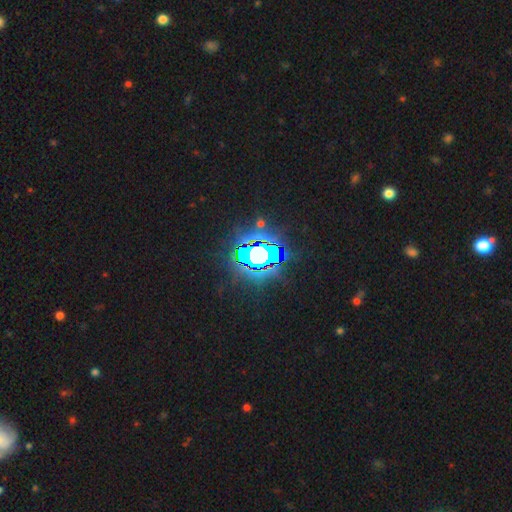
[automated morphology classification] Smooth or featured? star or artifact (77%)